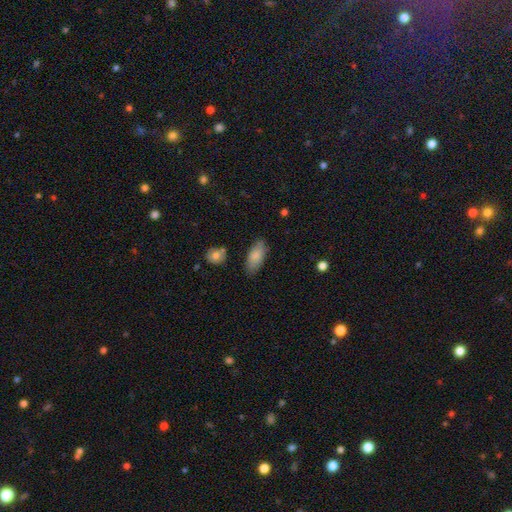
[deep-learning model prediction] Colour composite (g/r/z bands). It shows a smooth galaxy with no disk features (83%) that is in between round and cigar-shaped (87%). Merging: none (78%).